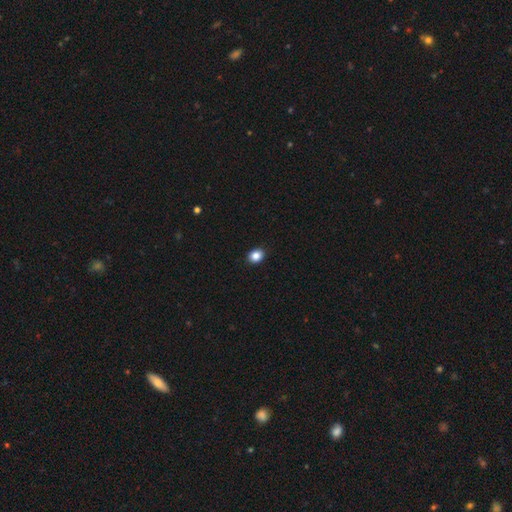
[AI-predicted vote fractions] Morphology: type=smooth (86%); roundness=round (51%); merging=none (92%).